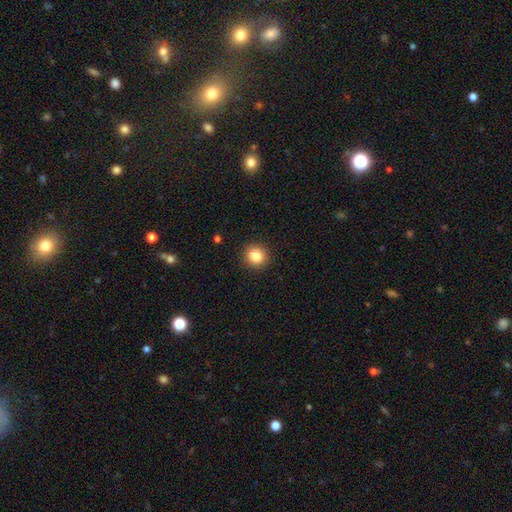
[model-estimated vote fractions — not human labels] This appears to be a smooth galaxy with no disk features (85%) that is round (89%). Merging: none (91%).